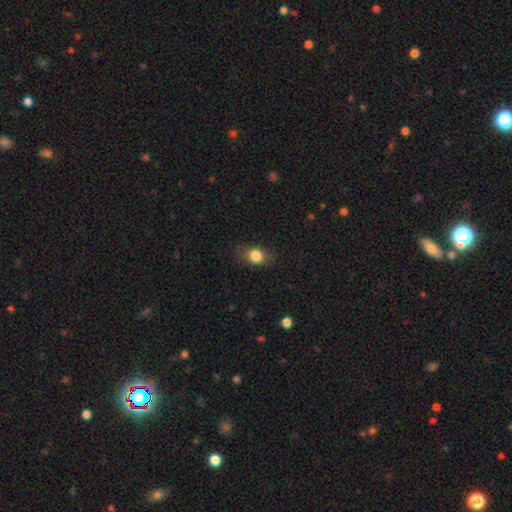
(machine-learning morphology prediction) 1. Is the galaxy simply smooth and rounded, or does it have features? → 83% smooth, 9% star or artifact, 7% featured or disk.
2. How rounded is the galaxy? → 49% round (tied), 49% in between (tied), 2% cigar-shaped.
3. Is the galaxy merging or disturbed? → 75% none, 18% minor disturbance, 6% major disturbance, 1% merger.